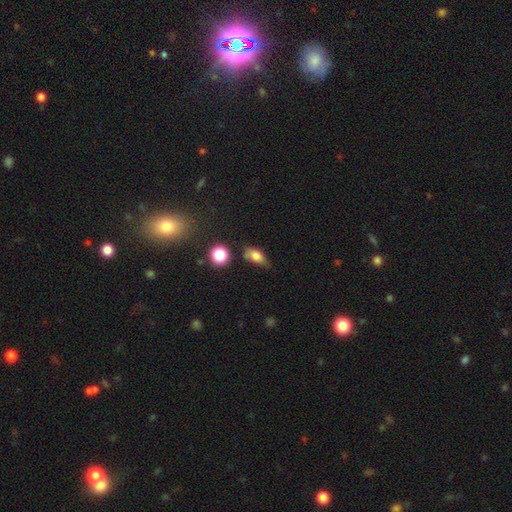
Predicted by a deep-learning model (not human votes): Morphology: type=smooth (76%); roundness=in between (78%); merging=none (45%).